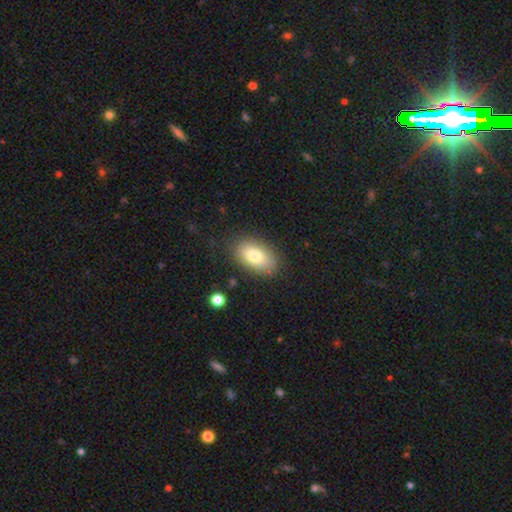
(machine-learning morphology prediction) A smooth galaxy with no disk features (77%) that is in between round and cigar-shaped (91%). Merging: none (84%).